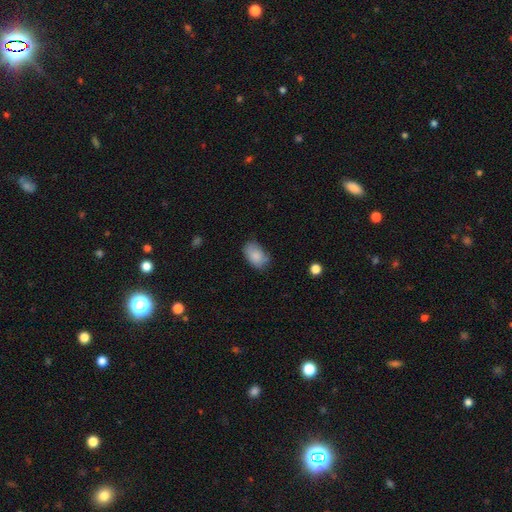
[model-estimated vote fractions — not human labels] Smooth or featured? smooth (84%)
How rounded? in between (90%)
Merging? none (67%)